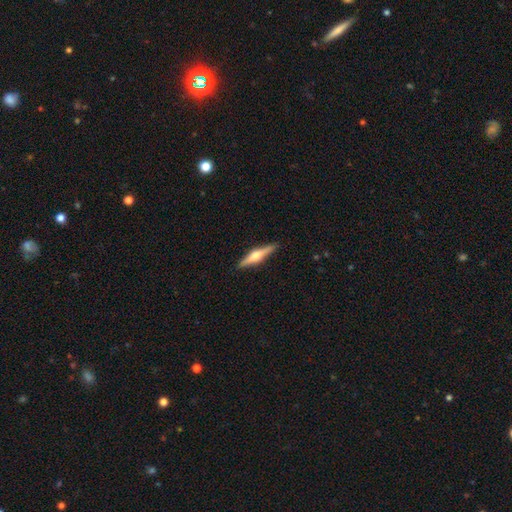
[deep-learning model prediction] Smooth or featured?
  - featured or disk: 69% *
  - smooth: 25%
  - star or artifact: 5%
Edge-on disk?
  - yes: 98% *
  - no: 2%
Edge-on bulge?
  - rounded: 92% *
  - boxy: 5%
  - none: 2%
Merging?
  - none: 90% *
  - minor disturbance: 7%
  - major disturbance: 1%
  - merger: 1%